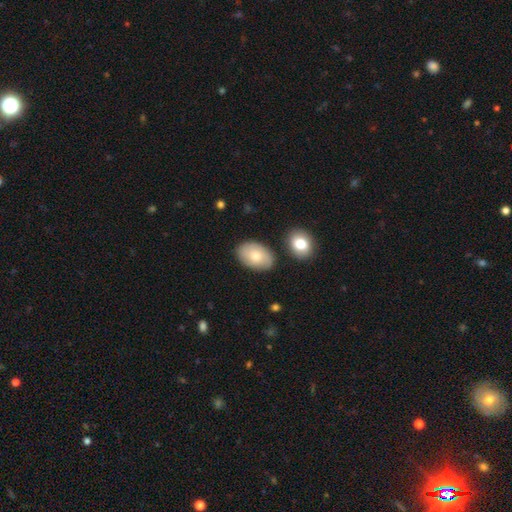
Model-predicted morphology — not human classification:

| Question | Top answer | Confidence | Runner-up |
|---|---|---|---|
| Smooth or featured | smooth | 70% | featured or disk (23%) |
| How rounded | in between | 89% | round (10%) |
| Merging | none | 79% | minor disturbance (13%) |